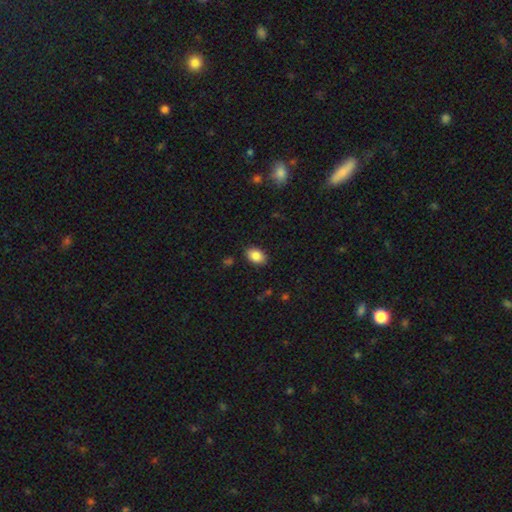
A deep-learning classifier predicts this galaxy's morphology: A smooth galaxy with no disk features (86%) that is in between round and cigar-shaped (85%). Merging: none (87%).